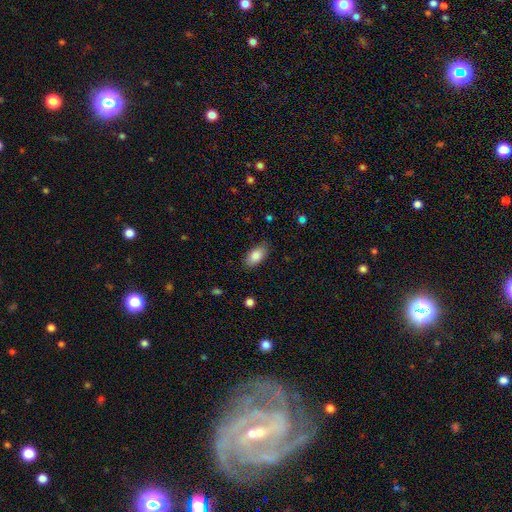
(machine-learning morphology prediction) smooth 85%, featured or disk 8%, star or artifact 7%. Down the decision tree: how rounded — in between (93%); merging — none (83%).